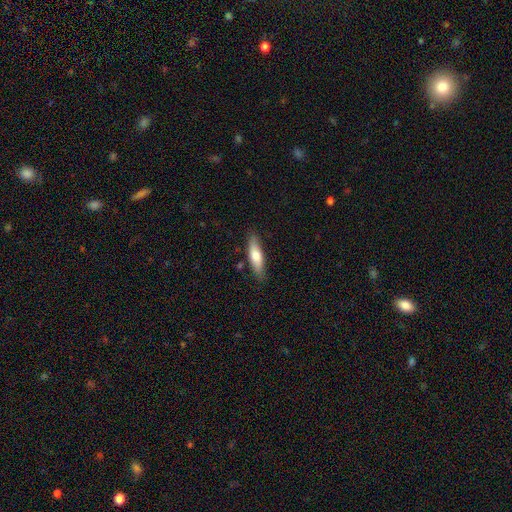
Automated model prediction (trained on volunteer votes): Smooth or featured? smooth (69%)
How rounded? cigar-shaped (60%)
Merging? none (84%)